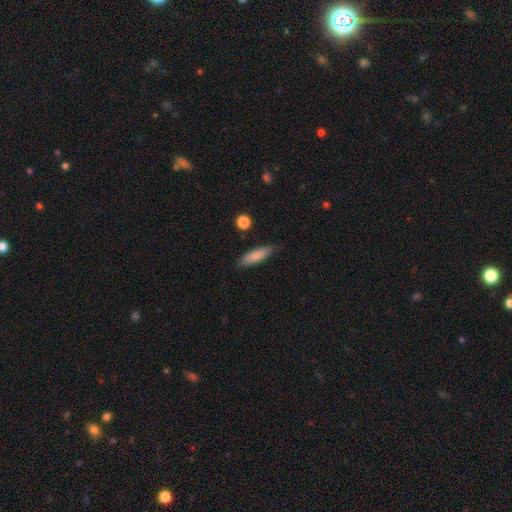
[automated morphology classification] A smooth galaxy with no disk features (81%) that is cigar-shaped (58%).

Vote fractions:
- Smooth or featured? smooth: 81% / featured or disk: 12% / star or artifact: 6%
- How rounded? cigar-shaped: 58% / in between: 40% / round: 2%
- Merging? none: 81% / minor disturbance: 14% / major disturbance: 3% / merger: 2%